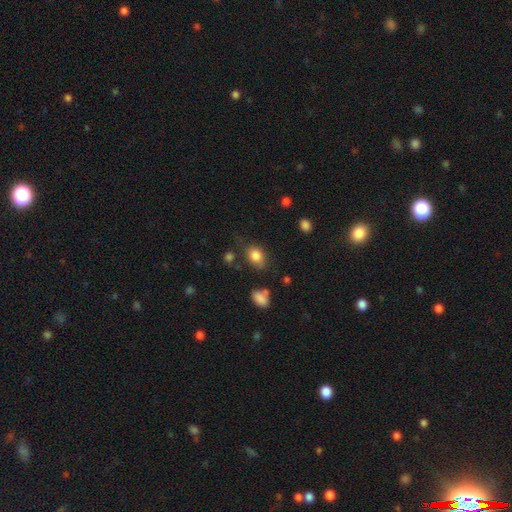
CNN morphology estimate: This appears to be a smooth galaxy with no disk features (83%) that is in between round and cigar-shaped (68%). Merging: none (68%).